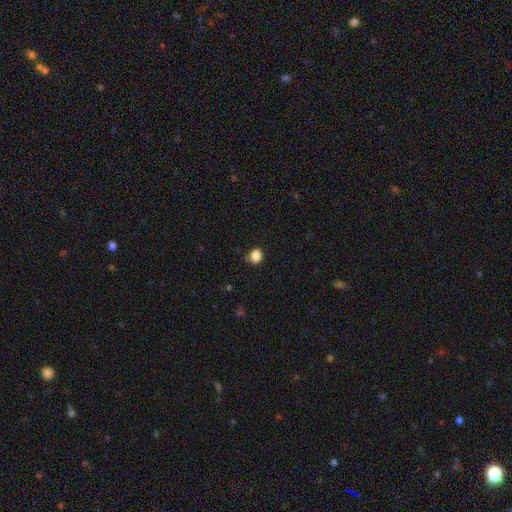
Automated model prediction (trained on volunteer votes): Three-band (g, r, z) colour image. It shows a smooth galaxy with no disk features (85%) that is round (67%). Merging: none (82%).